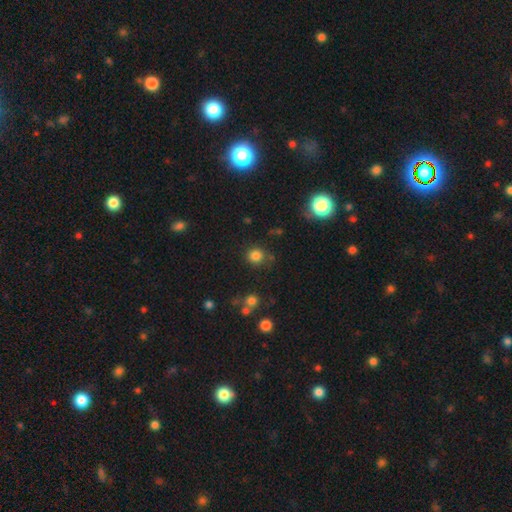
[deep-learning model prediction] A smooth galaxy with no disk features (81%) that is round (90%).

Vote fractions:
- Smooth or featured? smooth: 81% / star or artifact: 14% / featured or disk: 5%
- How rounded? round: 90% / in between: 9% / cigar-shaped: 1%
- Merging? none: 80% / minor disturbance: 11% / merger: 5% / major disturbance: 4%